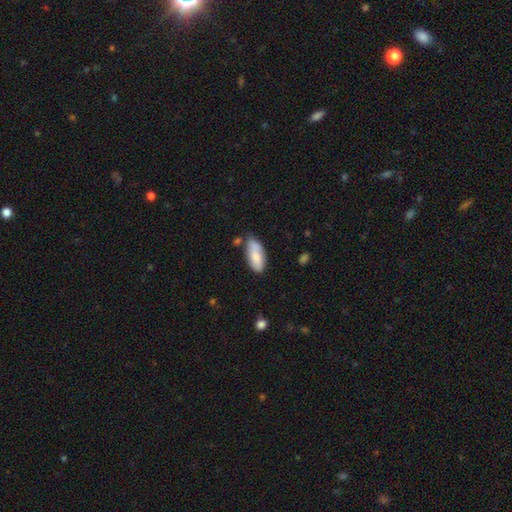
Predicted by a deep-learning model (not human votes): A smooth galaxy with no disk features (78%) that is in between round and cigar-shaped (87%). Merging: none (61%).